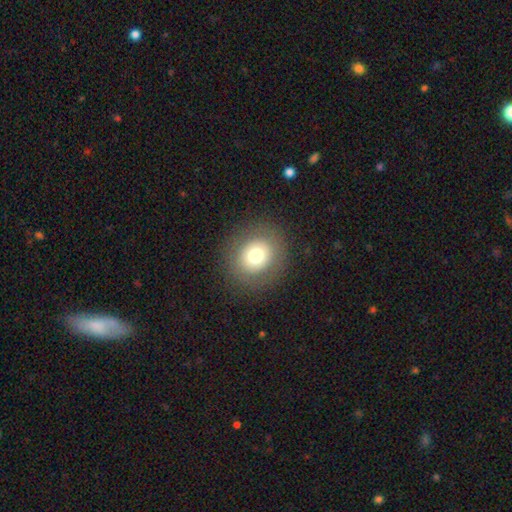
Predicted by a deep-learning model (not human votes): This appears to be a smooth galaxy with no disk features (71%) that is round (87%). Merging: none (88%).